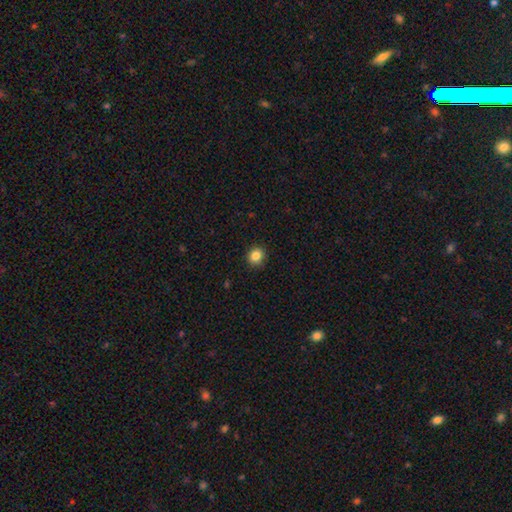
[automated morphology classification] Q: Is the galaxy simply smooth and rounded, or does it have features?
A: smooth — 85%.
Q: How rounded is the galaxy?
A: round — 84%.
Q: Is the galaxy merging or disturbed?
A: none — 90%.